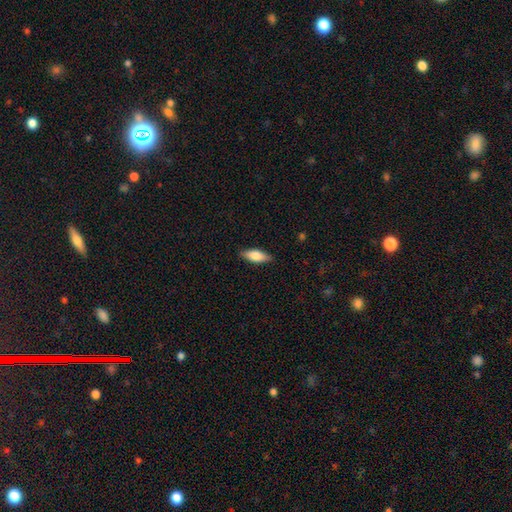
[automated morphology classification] The model was most divided on "how rounded": in between: 71%, cigar-shaped: 27%, round: 2%. More confident: merging — none (86%); smooth or featured — smooth (77%).